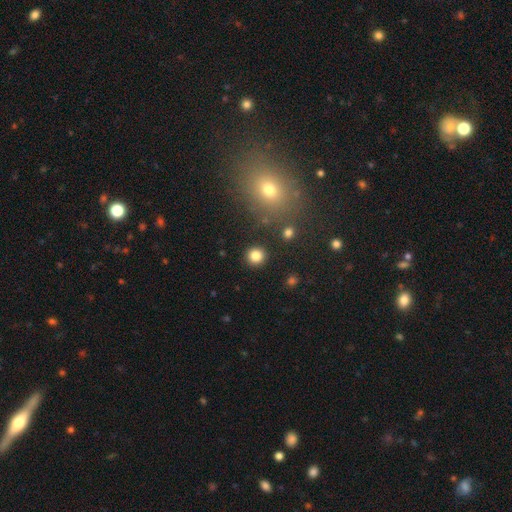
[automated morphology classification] smooth_or_featured: smooth (p=0.83) [alt: star or artifact p=0.12]
how_rounded: round (p=0.92) [alt: in between p=0.07]
merging: none (p=0.91) [alt: minor disturbance p=0.05]